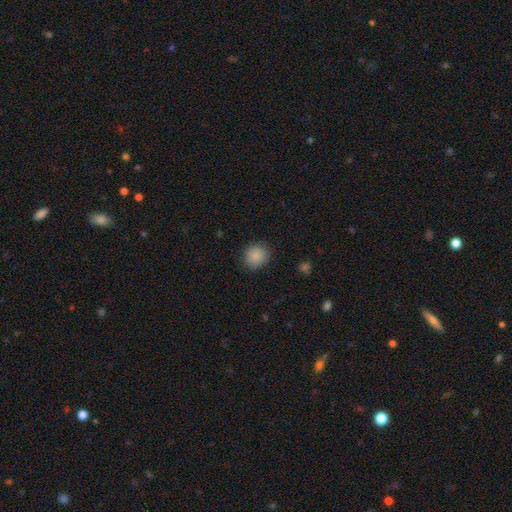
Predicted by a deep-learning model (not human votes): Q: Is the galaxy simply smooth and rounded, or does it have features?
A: smooth — 87%.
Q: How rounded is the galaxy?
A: round — 84%.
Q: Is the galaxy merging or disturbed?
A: none — 86%.